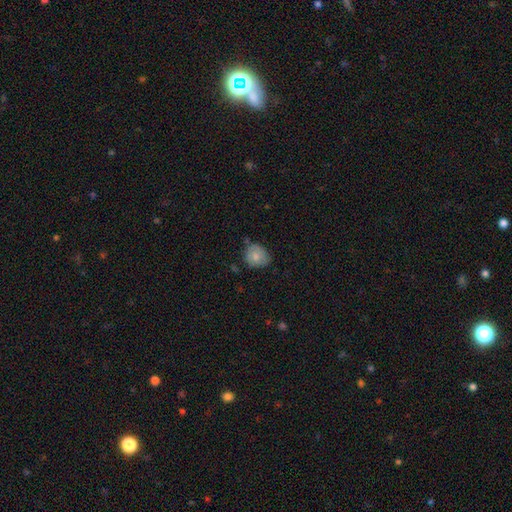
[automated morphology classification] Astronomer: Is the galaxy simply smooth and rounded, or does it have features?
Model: smooth — 75%.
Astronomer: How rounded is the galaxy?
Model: round — 75%.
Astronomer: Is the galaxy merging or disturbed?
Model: none — 61%.